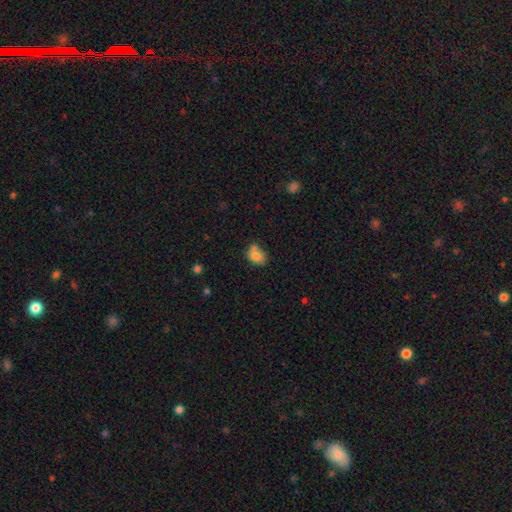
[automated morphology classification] Smooth or featured: smooth — 79% (featured or disk — 12%)
How rounded: in between — 64% (round — 35%)
Merging: none — 47% (merger — 29%)